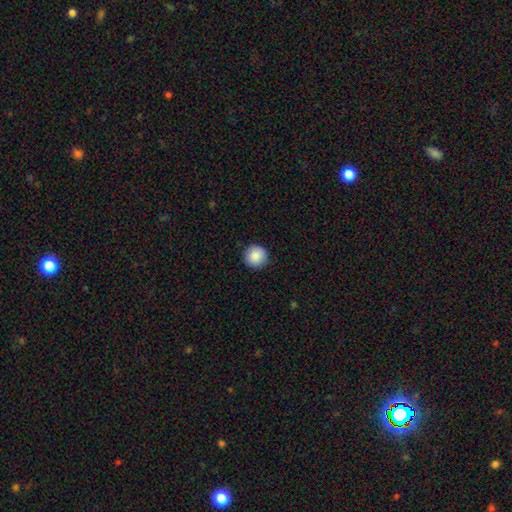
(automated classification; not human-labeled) This is clearly a smooth galaxy (88%). How rounded: clearly round (95%). Merging: clearly none (92%).